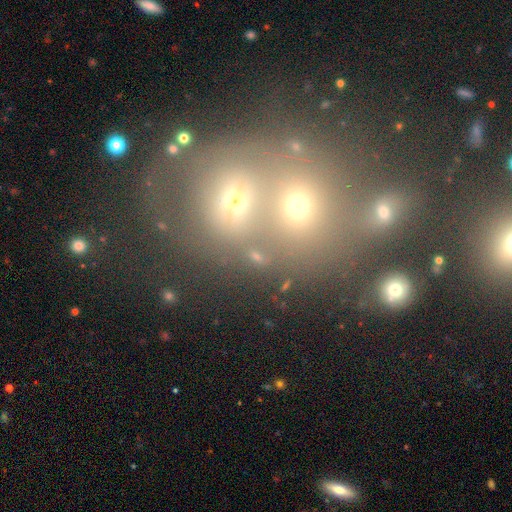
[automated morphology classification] Smooth or featured?
  - smooth: 48% *
  - star or artifact: 27%
  - featured or disk: 25%
Merging?
  - merger: 64% *
  - none: 23%
  - minor disturbance: 7%
  - major disturbance: 6%